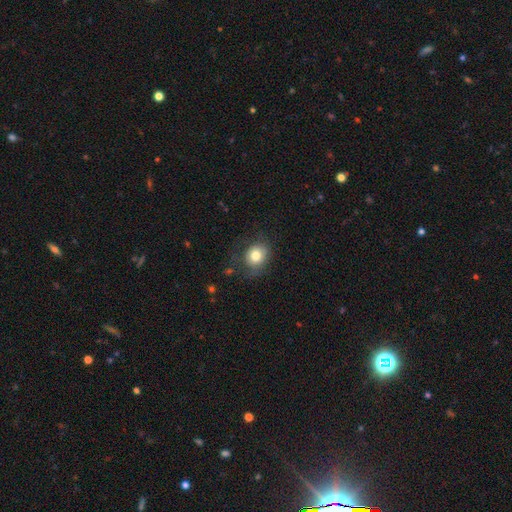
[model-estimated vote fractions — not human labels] A smooth galaxy with no disk features (78%) that is round (65%). Merging: none (65%).